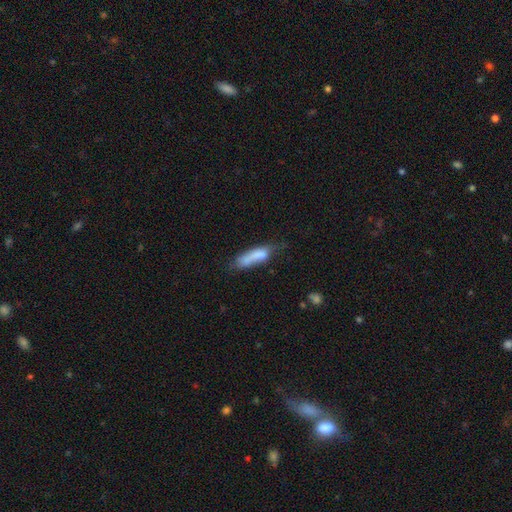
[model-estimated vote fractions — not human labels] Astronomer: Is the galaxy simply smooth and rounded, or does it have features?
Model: smooth — 72%.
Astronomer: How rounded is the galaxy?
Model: cigar-shaped — 57% (runner-up: in between, 41%).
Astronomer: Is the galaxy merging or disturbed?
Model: none — 39% (runner-up: minor disturbance, 31%).